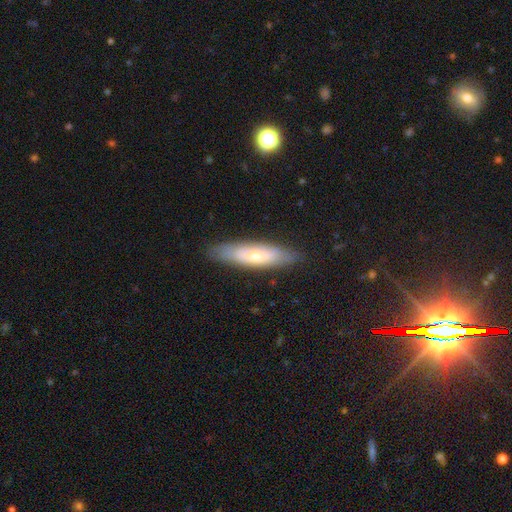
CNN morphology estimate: A smooth galaxy with no disk features (52%) that is cigar-shaped (62%).

Vote fractions:
- Smooth or featured? smooth: 52% / featured or disk: 42% / star or artifact: 6%
- How rounded? cigar-shaped: 62% / in between: 36% / round: 2%
- Merging? none: 83% / minor disturbance: 13% / major disturbance: 3% / merger: 1%